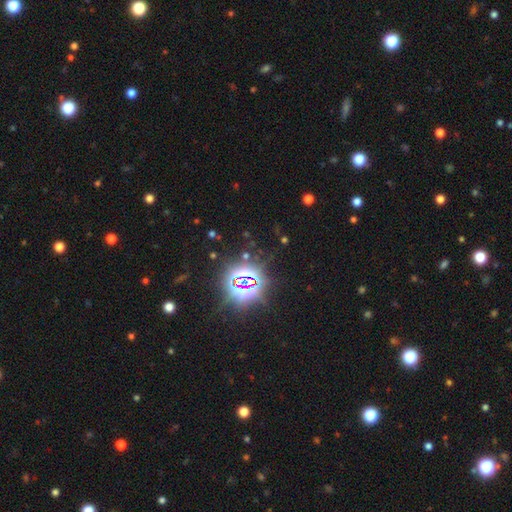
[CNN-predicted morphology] This is clearly a star or artifact rather than a galaxy (84%).